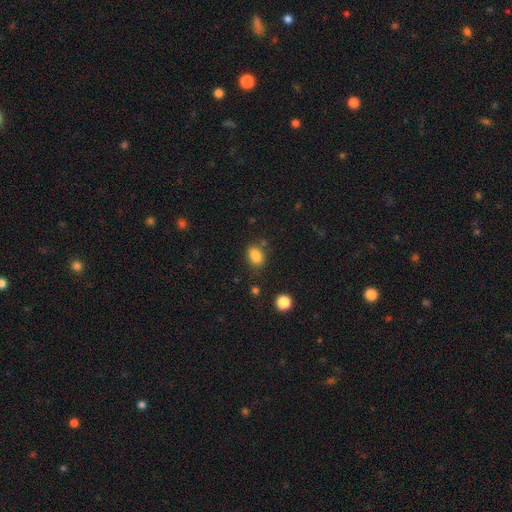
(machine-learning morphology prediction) type=smooth (84%); roundness=in between (79%); merging=none (70%).